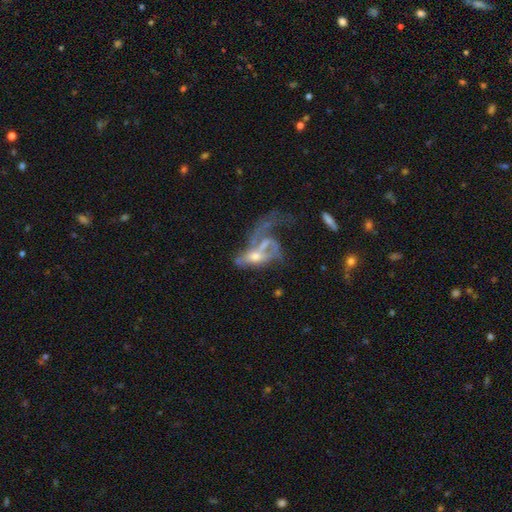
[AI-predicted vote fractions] Smooth or featured: featured or disk — 67% (smooth — 23%)
Edge-on disk: no — 87% (yes — 13%)
Bar: no — 64% (weak — 26%)
Spiral arms: yes — 53% (no — 47%)
Bulge size: moderate — 46% (small — 34%)
Merging: major disturbance — 44% (merger — 32%)